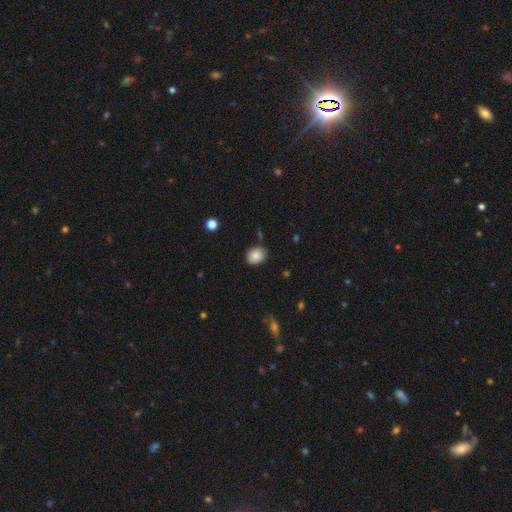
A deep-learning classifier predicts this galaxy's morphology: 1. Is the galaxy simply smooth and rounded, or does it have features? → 85% smooth, 8% star or artifact, 6% featured or disk.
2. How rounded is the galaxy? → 50% round (tied), 50% in between (tied), 1% cigar-shaped.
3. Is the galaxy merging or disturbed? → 74% none, 19% minor disturbance, 3% major disturbance, 3% merger.